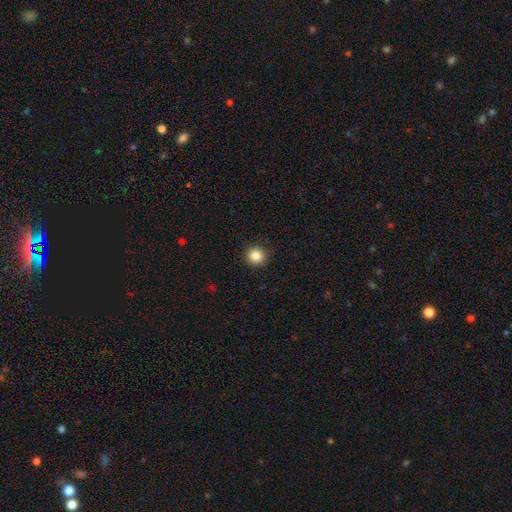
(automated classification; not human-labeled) smooth-or-featured: smooth: 84% | star or artifact: 11% | featured or disk: 5%
  how-rounded: round: 94% | in between: 5% | cigar-shaped: 1%
  merging: none: 92% | minor disturbance: 5% | major disturbance: 2% | merger: 1%